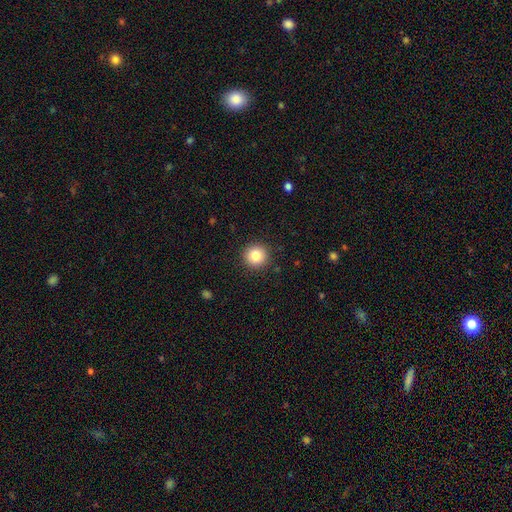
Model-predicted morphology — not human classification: smooth_or_featured: smooth (p=0.83) [alt: star or artifact p=0.10]
how_rounded: round (p=0.95) [alt: in between p=0.04]
merging: none (p=0.92) [alt: minor disturbance p=0.05]